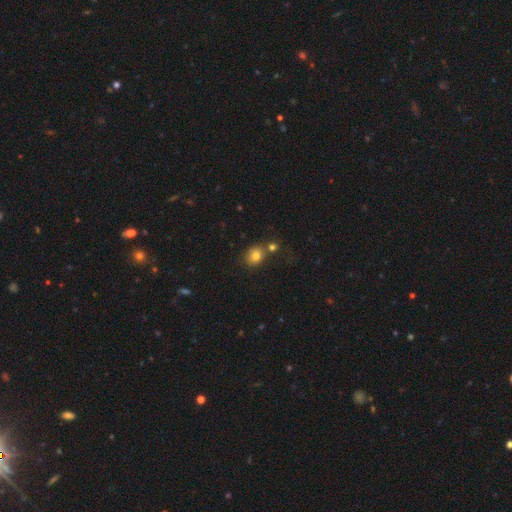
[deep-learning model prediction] This appears to be a smooth galaxy with no disk features (80%) that is round (68%). Merging: none (60%).